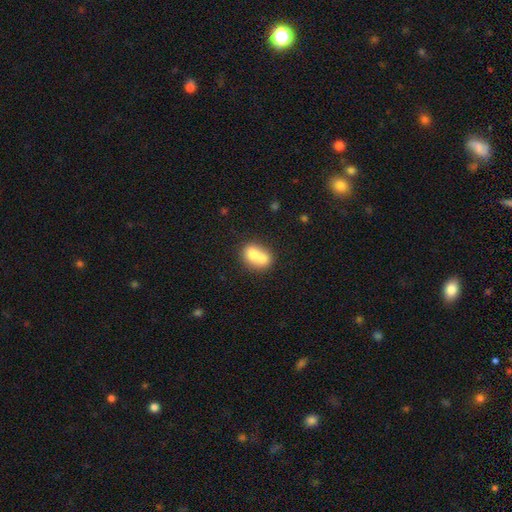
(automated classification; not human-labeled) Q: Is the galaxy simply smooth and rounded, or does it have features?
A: smooth — 70%.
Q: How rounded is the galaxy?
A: in between — 58%.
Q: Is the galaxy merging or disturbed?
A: merger — 66%.